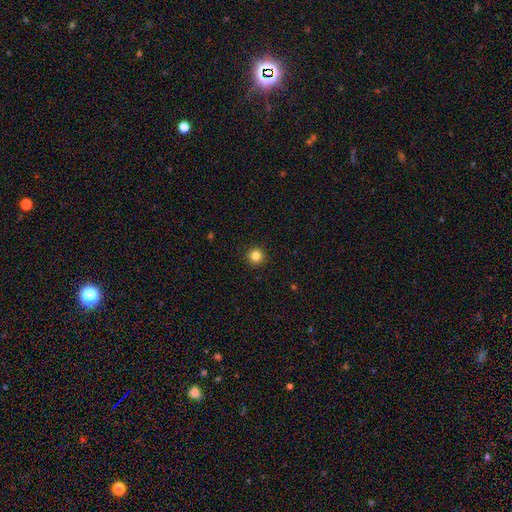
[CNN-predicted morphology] Q: Smooth or featured?
A: smooth (83%); runner-up: star or artifact (12%)
Q: How rounded?
A: round (96%); runner-up: in between (4%)
Q: Merging?
A: none (93%); runner-up: minor disturbance (4%)